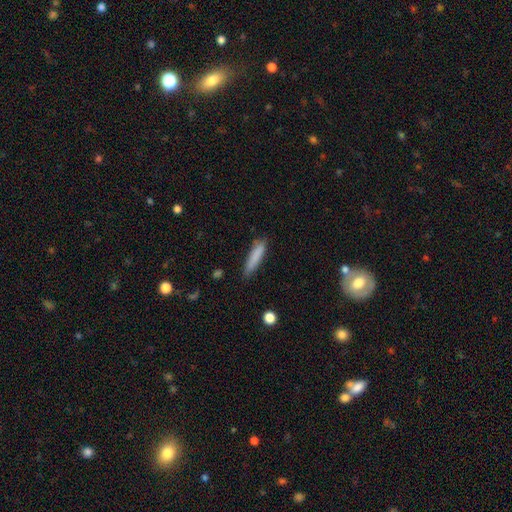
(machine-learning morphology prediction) Smooth or featured? smooth (83%)
How rounded? cigar-shaped (85%)
Merging? none (80%)